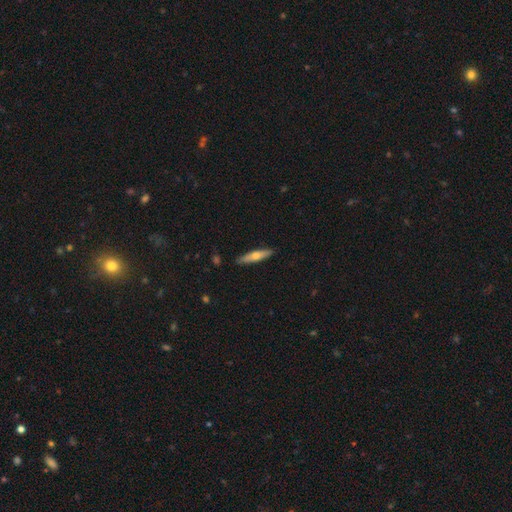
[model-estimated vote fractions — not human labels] smooth 53%, featured or disk 41%, star or artifact 6%. Down the decision tree: how rounded — cigar-shaped (83%); merging — none (89%).